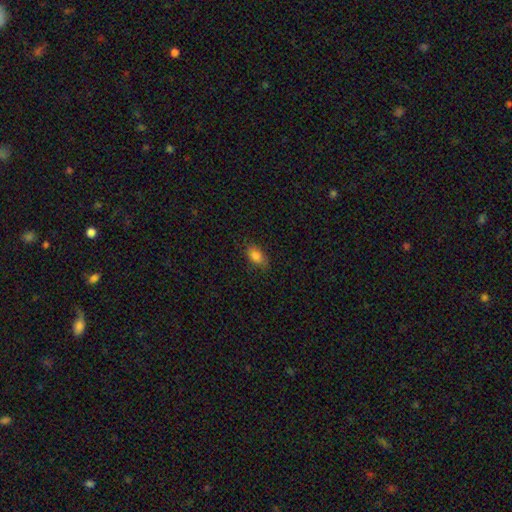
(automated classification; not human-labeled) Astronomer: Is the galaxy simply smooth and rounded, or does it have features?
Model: smooth — 83%.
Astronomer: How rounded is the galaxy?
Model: in between — 88%.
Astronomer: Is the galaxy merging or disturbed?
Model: none — 79%.